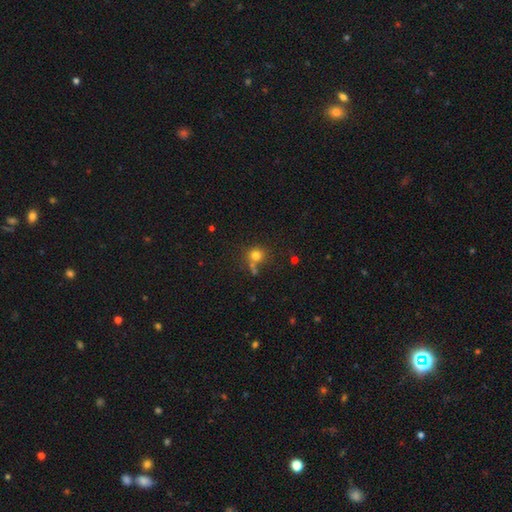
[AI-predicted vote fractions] This is likely a smooth galaxy (75%). How rounded: clearly round (86%). Merging: likely none (60%).